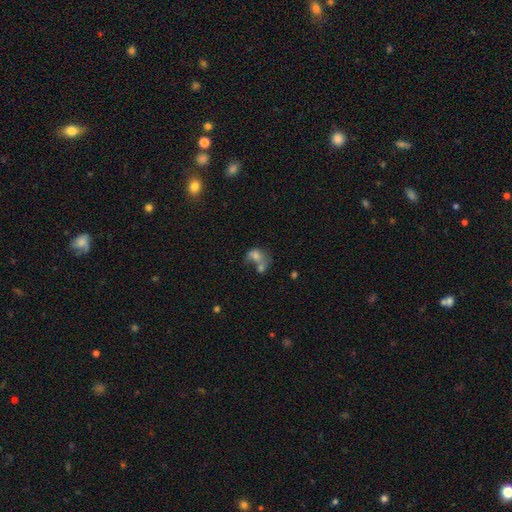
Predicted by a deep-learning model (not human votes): smooth-or-featured: smooth: 60% | featured or disk: 26% | star or artifact: 14%
  how-rounded: in between: 61% | round: 37% | cigar-shaped: 2%
  merging: merger: 60% | none: 17% | major disturbance: 14% | minor disturbance: 9%